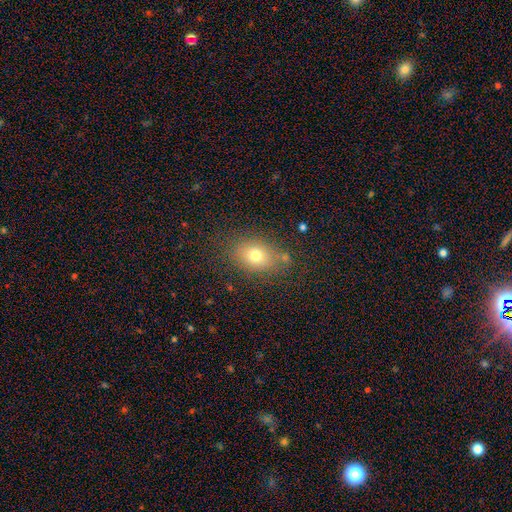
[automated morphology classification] Q: Smooth or featured?
A: smooth (74%); runner-up: featured or disk (14%)
Q: How rounded?
A: in between (69%); runner-up: round (29%)
Q: Merging?
A: none (76%); runner-up: minor disturbance (14%)